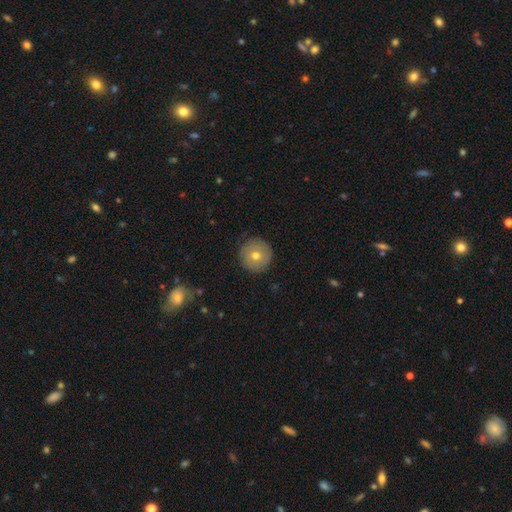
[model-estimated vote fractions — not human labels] A smooth galaxy with no disk features (66%) that is round (96%). Merging: none (90%).